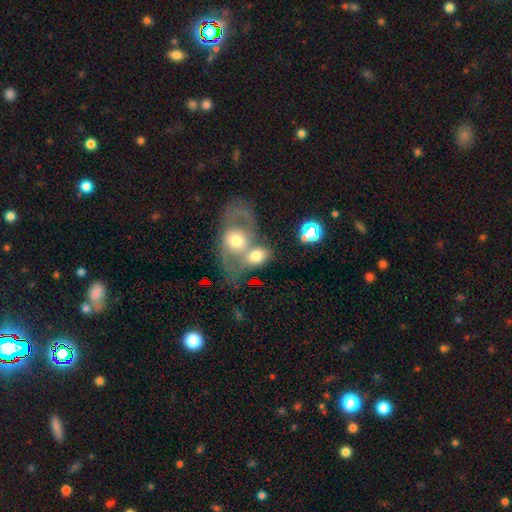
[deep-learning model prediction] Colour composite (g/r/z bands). It shows a smooth galaxy with no disk features (52%) that is in between round and cigar-shaped (71%). Merging: merger (57%).